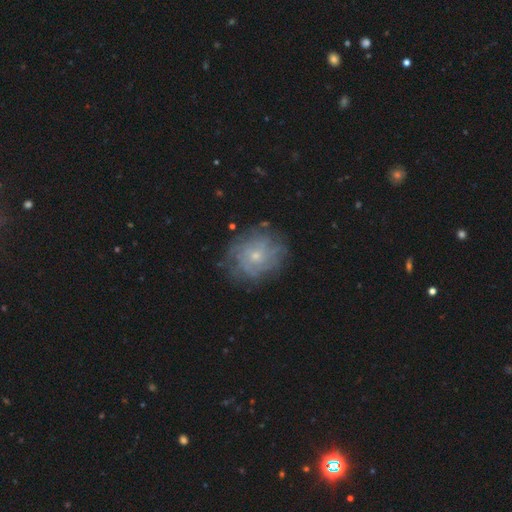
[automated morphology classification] smooth-or-featured: featured or disk: 65% | smooth: 25% | star or artifact: 9%
  disk-edge-on: no: 97% | yes: 3%
    bar: no: 84% | weak: 14% | strong: 2%
    has-spiral-arms: yes: 75% | no: 25%
    bulge-size: small: 69% | moderate: 27% | none: 2% | large: 1% | dominant: 1%
  merging: none: 75% | minor disturbance: 16% | major disturbance: 7% | merger: 1%